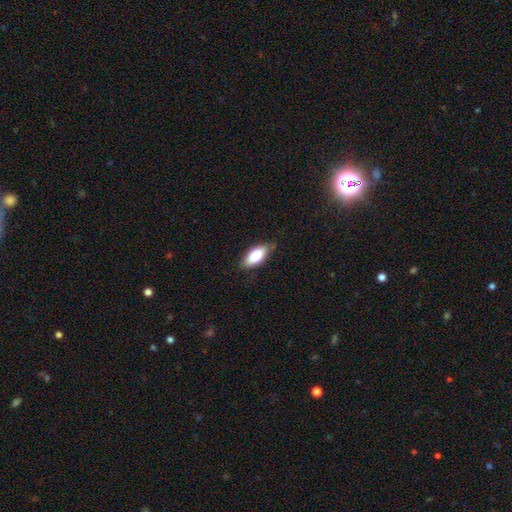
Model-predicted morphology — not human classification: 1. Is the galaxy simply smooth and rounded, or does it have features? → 79% smooth, 15% featured or disk, 6% star or artifact.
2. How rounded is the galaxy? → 82% in between, 16% cigar-shaped, 2% round.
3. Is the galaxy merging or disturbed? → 76% none, 19% minor disturbance, 4% major disturbance, 1% merger.